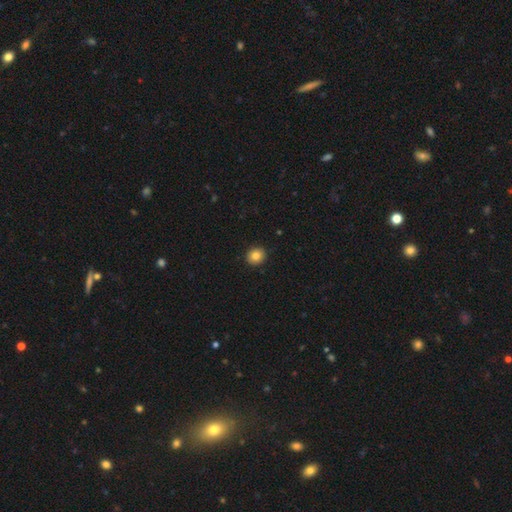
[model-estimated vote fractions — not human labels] Morphology: type=smooth (83%); roundness=round (87%); merging=none (93%).